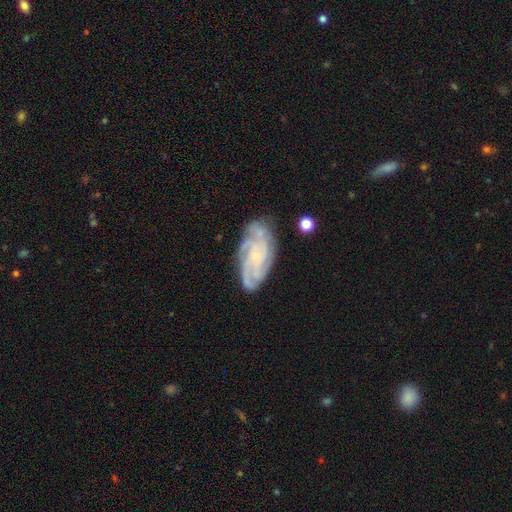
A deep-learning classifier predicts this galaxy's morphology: smooth_or_featured: featured or disk (p=0.81) [alt: smooth p=0.11]
disk_edge_on: no (p=0.95) [alt: yes p=0.05]
bar: no (p=0.68) [alt: weak p=0.26]
has_spiral_arms: yes (p=0.97) [alt: no p=0.03]
spiral_winding: tight (p=0.61) [alt: medium p=0.33]
spiral_arm_count: 4 (p=0.31) [alt: 3 p=0.27]
bulge_size: small (p=0.65) [alt: none p=0.16]
merging: none (p=0.77) [alt: minor disturbance p=0.17]